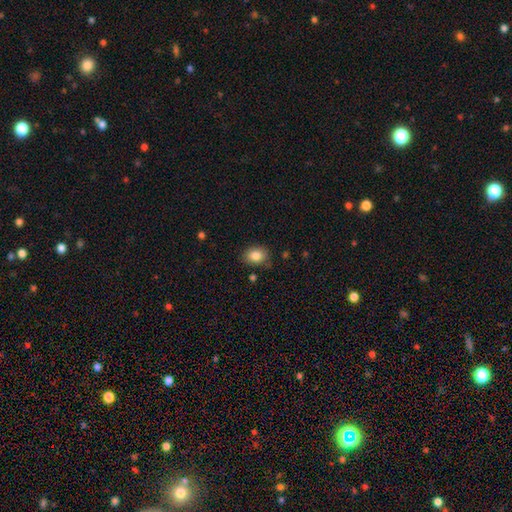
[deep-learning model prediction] Q: Smooth or featured?
A: smooth (85%); runner-up: star or artifact (8%)
Q: How rounded?
A: in between (64%); runner-up: round (35%)
Q: Merging?
A: none (80%); runner-up: minor disturbance (14%)